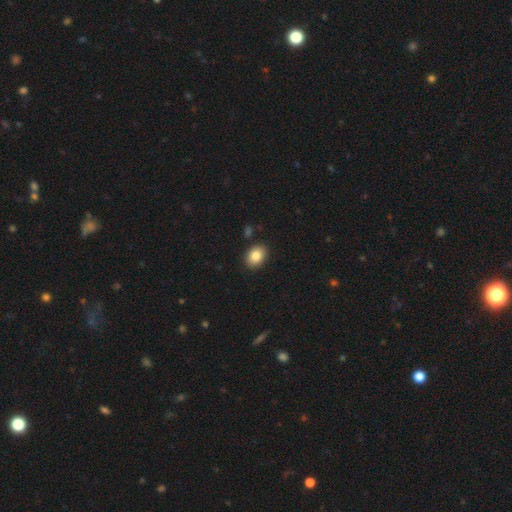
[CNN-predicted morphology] smooth_or_featured: smooth (p=0.85) [alt: star or artifact p=0.08]
how_rounded: in between (p=0.69) [alt: round p=0.30]
merging: none (p=0.89) [alt: minor disturbance p=0.08]